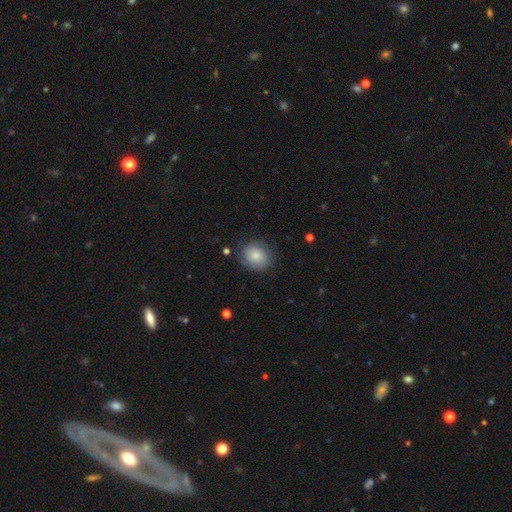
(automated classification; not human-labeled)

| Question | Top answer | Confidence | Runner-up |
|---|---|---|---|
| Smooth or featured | smooth | 79% | featured or disk (14%) |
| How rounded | round | 70% | in between (29%) |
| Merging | none | 79% | minor disturbance (16%) |